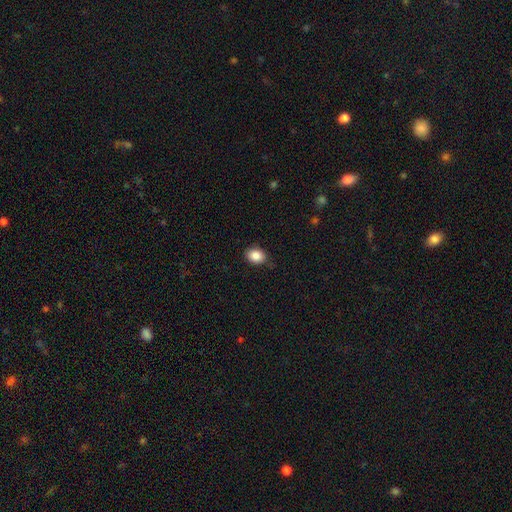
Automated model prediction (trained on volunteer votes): A smooth galaxy with no disk features (88%) that is in between round and cigar-shaped (66%).

Vote fractions:
- Smooth or featured? smooth: 88% / star or artifact: 8% / featured or disk: 4%
- How rounded? in between: 66% / round: 33% / cigar-shaped: 1%
- Merging? none: 82% / minor disturbance: 14% / major disturbance: 3% / merger: 1%